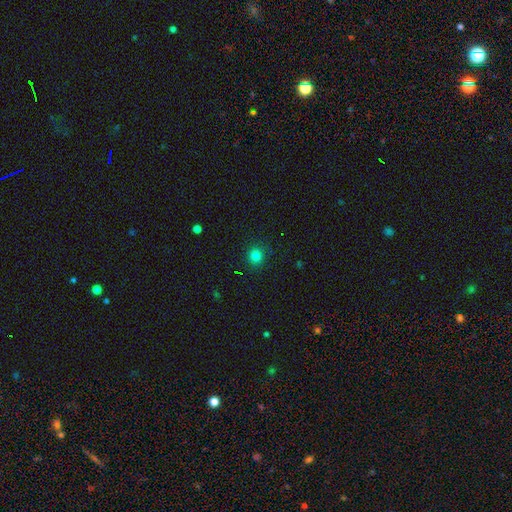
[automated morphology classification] The model was most divided on "smooth or featured": smooth: 81%, star or artifact: 15%, featured or disk: 5%. More confident: how rounded — round (90%); merging — none (89%).